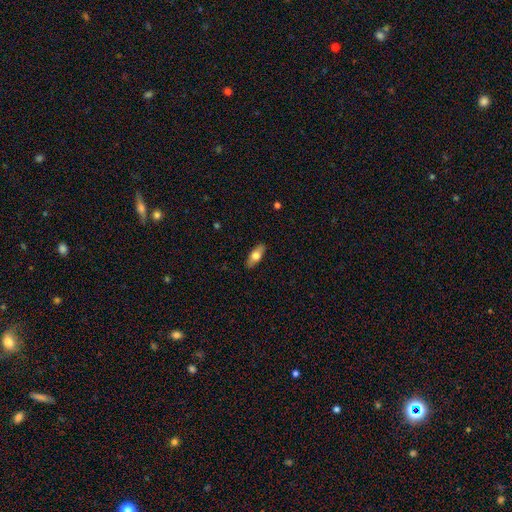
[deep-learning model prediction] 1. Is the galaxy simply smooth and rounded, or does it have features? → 63% smooth, 31% featured or disk, 6% star or artifact.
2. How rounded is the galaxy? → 71% in between, 26% cigar-shaped, 3% round.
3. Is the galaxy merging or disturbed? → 87% none, 10% minor disturbance, 2% major disturbance, 1% merger.